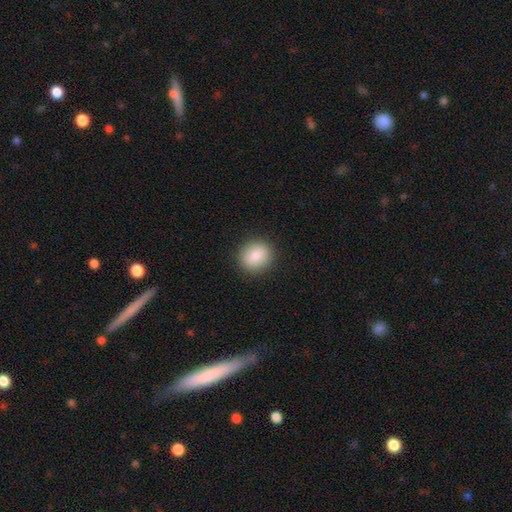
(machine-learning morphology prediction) smooth-or-featured: smooth: 86% | star or artifact: 8% | featured or disk: 6%
  how-rounded: round: 79% | in between: 20% | cigar-shaped: 1%
  merging: none: 90% | minor disturbance: 7% | major disturbance: 2% | merger: 1%